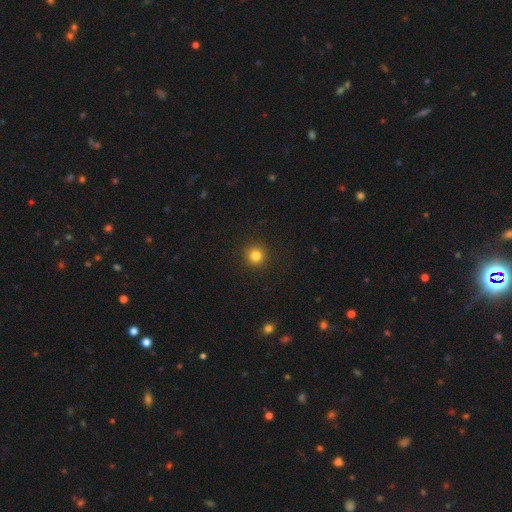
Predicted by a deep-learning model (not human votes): A smooth galaxy with no disk features (82%) that is round (95%).

Vote fractions:
- Smooth or featured? smooth: 82% / star or artifact: 13% / featured or disk: 5%
- How rounded? round: 95% / in between: 4% / cigar-shaped: 1%
- Merging? none: 93% / minor disturbance: 5% / major disturbance: 2% / merger: 1%